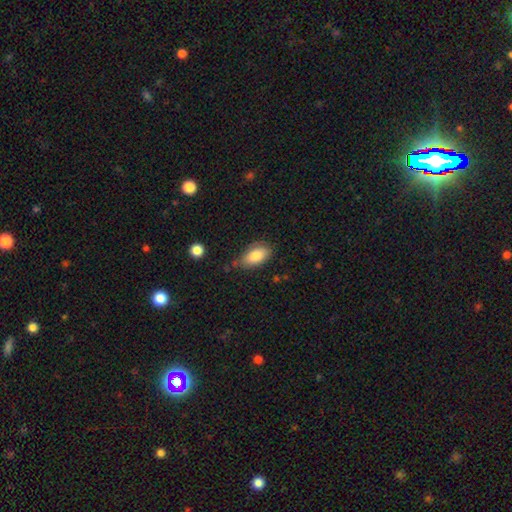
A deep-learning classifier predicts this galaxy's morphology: This appears to be a smooth galaxy with no disk features (83%) that is in between round and cigar-shaped (91%). Merging: none (70%).